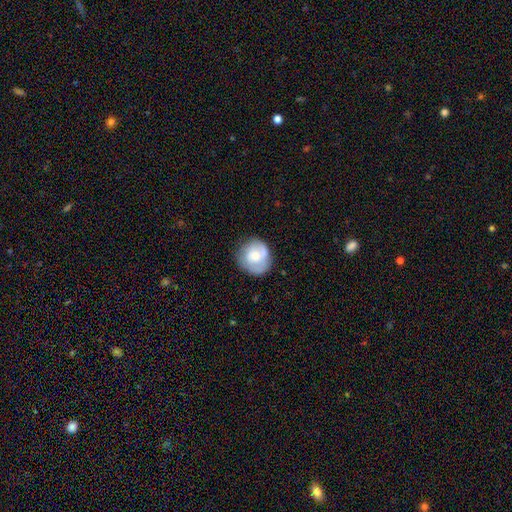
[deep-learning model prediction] A smooth galaxy with no disk features (58%) that is round (84%). Merging: none (66%).